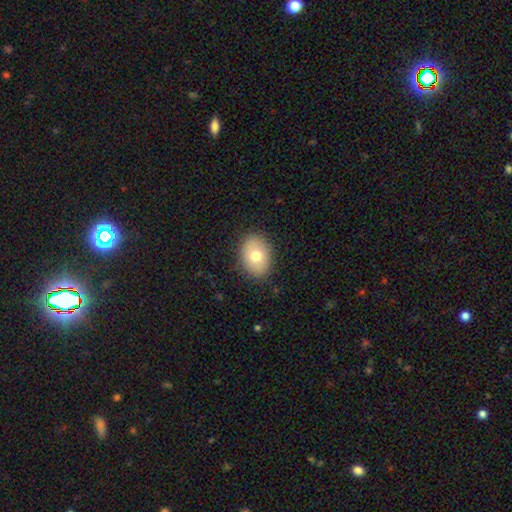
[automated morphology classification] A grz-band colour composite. It shows a smooth galaxy with no disk features (74%) that is in between round and cigar-shaped (68%). Merging: none (86%).